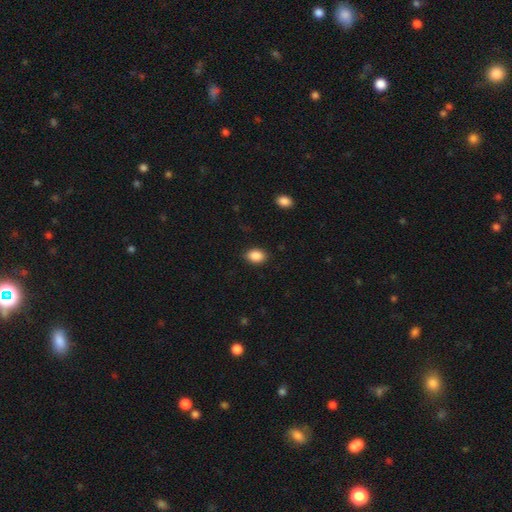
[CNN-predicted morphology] type=smooth (89%); roundness=in between (80%); merging=none (87%).